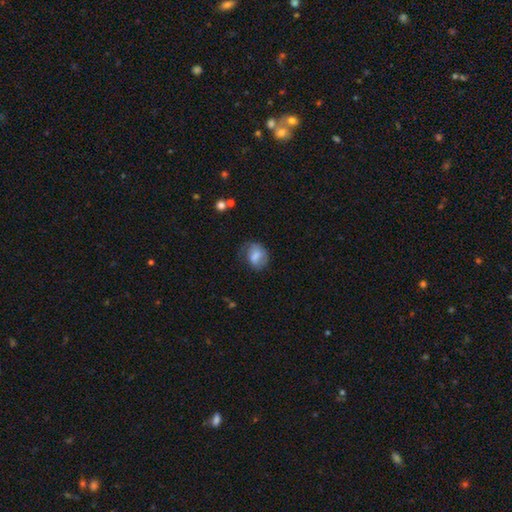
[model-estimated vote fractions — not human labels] Smooth or featured? Predicted: smooth (p=0.69). How rounded? Predicted: in between (p=0.56). Merging? Predicted: none (p=0.51).